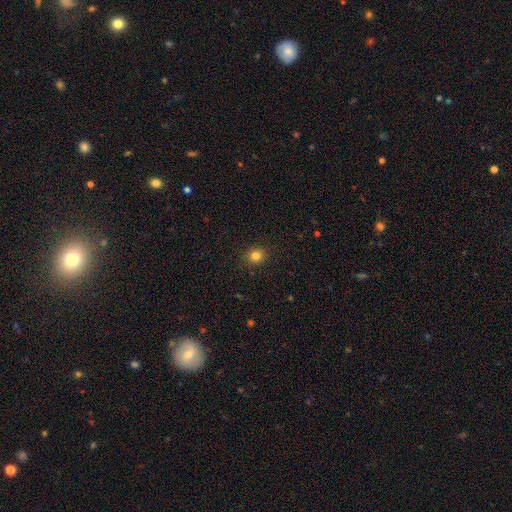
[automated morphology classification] smooth-or-featured: smooth: 82% | star or artifact: 13% | featured or disk: 5%
  how-rounded: round: 82% | in between: 17% | cigar-shaped: 1%
  merging: none: 90% | minor disturbance: 6% | major disturbance: 2% | merger: 1%